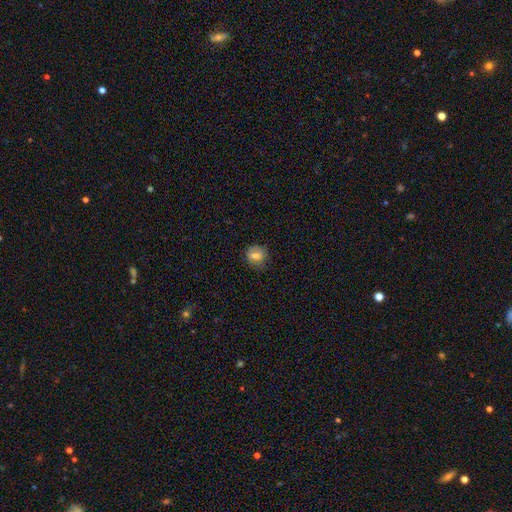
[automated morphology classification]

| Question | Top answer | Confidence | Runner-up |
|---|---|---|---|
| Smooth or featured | smooth | 71% | featured or disk (16%) |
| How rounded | round | 77% | in between (22%) |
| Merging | none | 80% | minor disturbance (15%) |